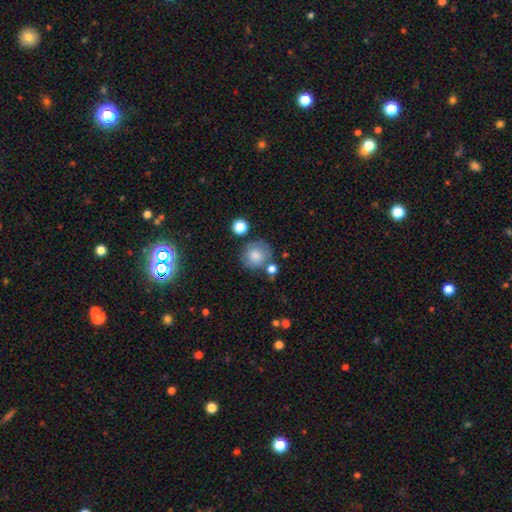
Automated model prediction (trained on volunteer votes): Smooth or featured: smooth — 78% (featured or disk — 13%)
How rounded: round — 88% (in between — 11%)
Merging: none — 67% (minor disturbance — 17%)